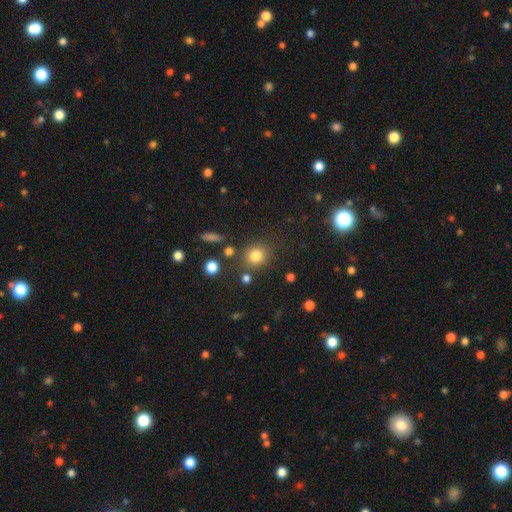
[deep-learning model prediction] This appears to be a smooth galaxy with no disk features (81%) that is round (82%). Merging: none (79%).